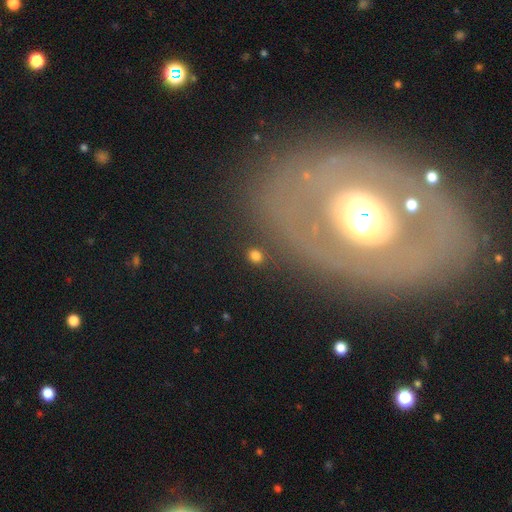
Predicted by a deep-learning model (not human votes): A smooth galaxy with no disk features (79%) that is round (63%). Merging: none (88%).